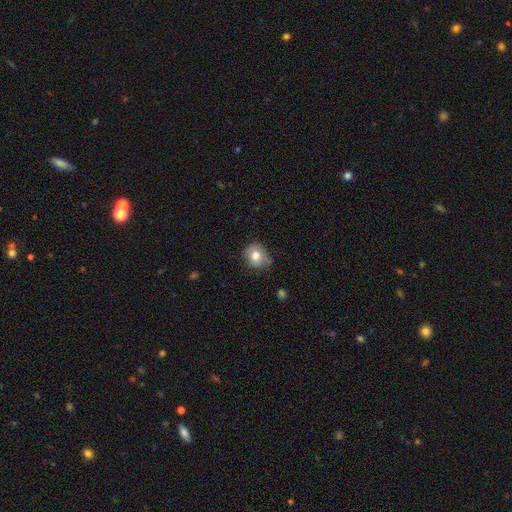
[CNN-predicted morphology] smooth-or-featured: smooth: 78% | featured or disk: 13% | star or artifact: 10%
  how-rounded: round: 77% | in between: 22% | cigar-shaped: 1%
  merging: none: 70% | minor disturbance: 23% | major disturbance: 4% | merger: 3%